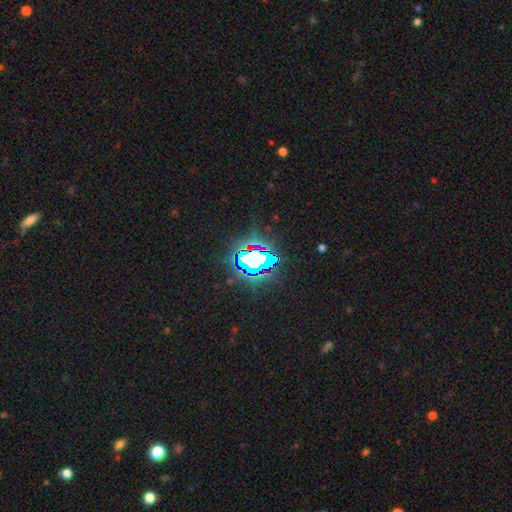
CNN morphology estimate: smooth_or_featured: star or artifact (p=0.82) [alt: smooth p=0.11]